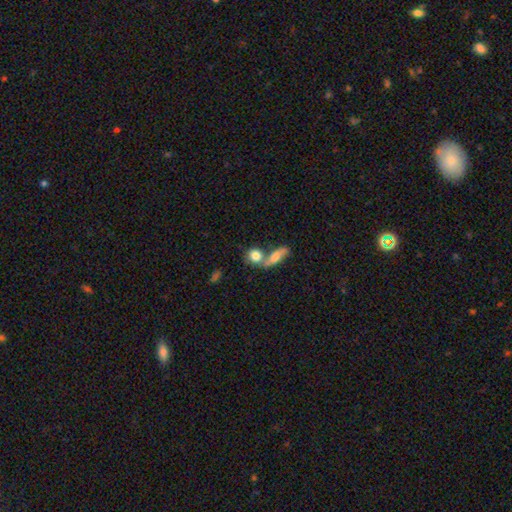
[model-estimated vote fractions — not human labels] Smooth or featured? Predicted: smooth (p=0.75). How rounded? Predicted: round (p=0.56). Merging? Predicted: merger (p=0.51).